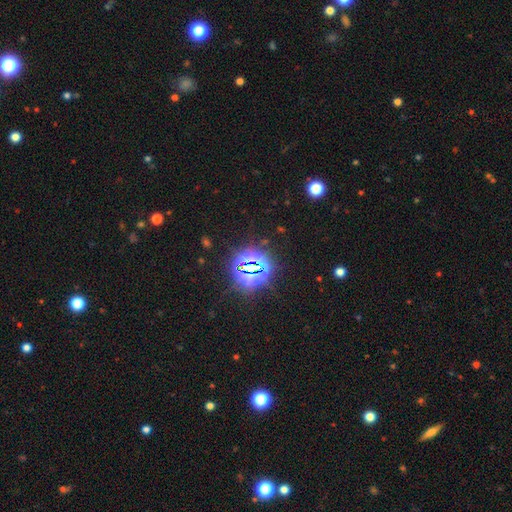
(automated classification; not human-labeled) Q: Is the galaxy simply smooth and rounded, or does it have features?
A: star or artifact — 80%.